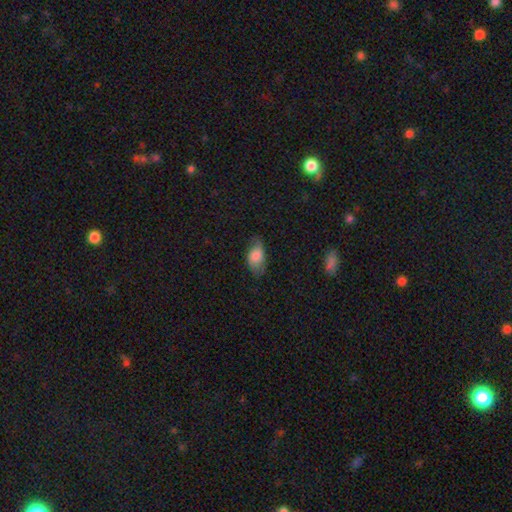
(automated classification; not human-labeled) Overall: smooth (75%). How rounded: in between (91%). Merging: none (63%; minor disturbance 27%).